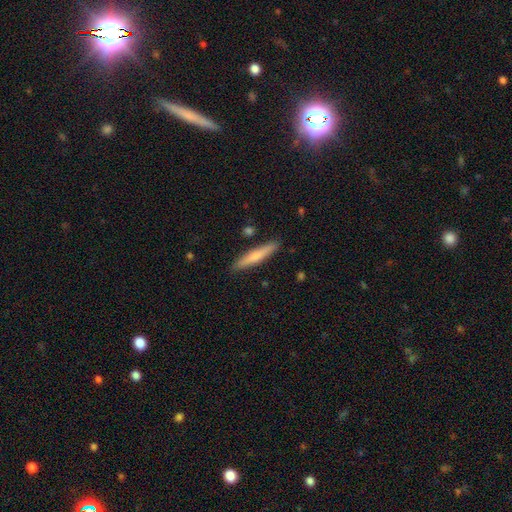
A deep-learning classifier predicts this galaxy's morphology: Smooth or featured? Predicted: smooth (p=0.64). How rounded? Predicted: cigar-shaped (p=0.92). Merging? Predicted: none (p=0.89).